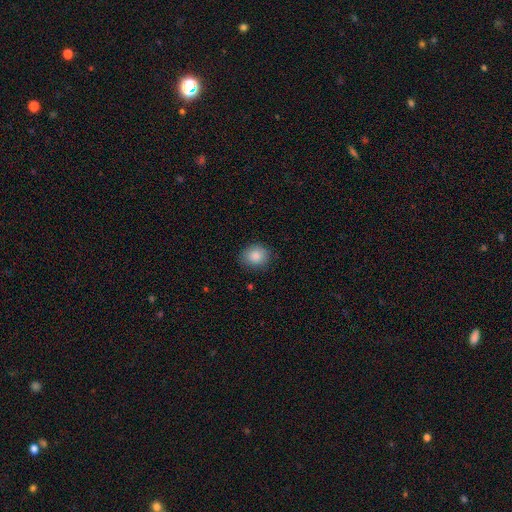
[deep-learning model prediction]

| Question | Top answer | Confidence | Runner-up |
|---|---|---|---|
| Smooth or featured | smooth | 86% | star or artifact (8%) |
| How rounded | round | 69% | in between (31%) |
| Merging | none | 84% | minor disturbance (12%) |